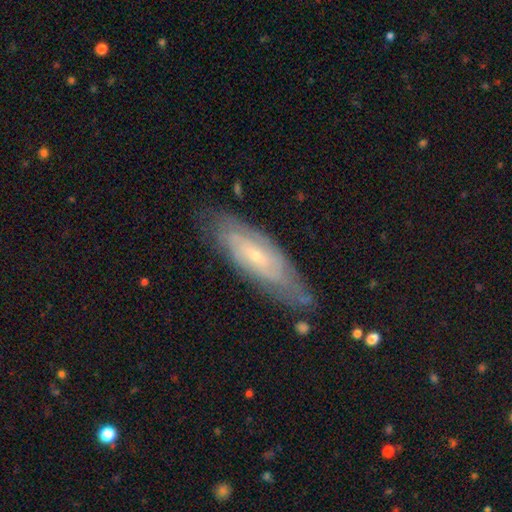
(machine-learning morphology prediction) A featured or disk galaxy (68%) with no bar (61%), spiral arms (78%) and a small central bulge (75%). Merging: none (72%).